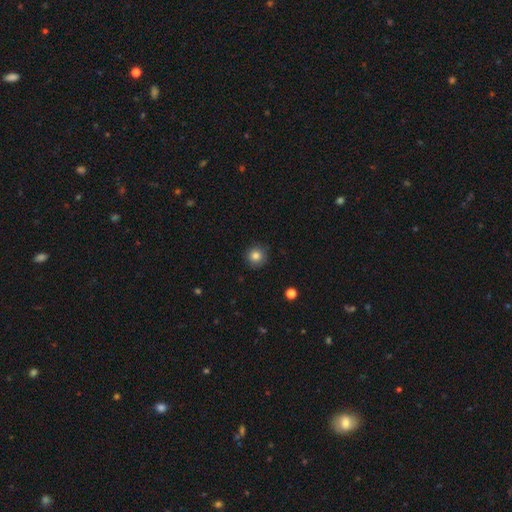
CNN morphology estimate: Smooth or featured? Predicted: smooth (p=0.83). How rounded? Predicted: round (p=0.95). Merging? Predicted: none (p=0.90).